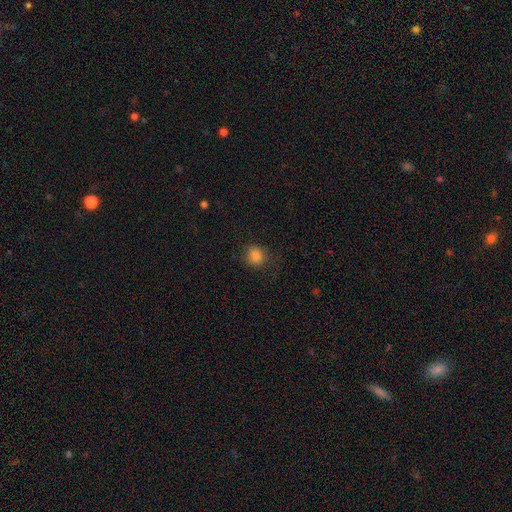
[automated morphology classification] A smooth galaxy with no disk features (83%) that is round (84%). Merging: none (83%).